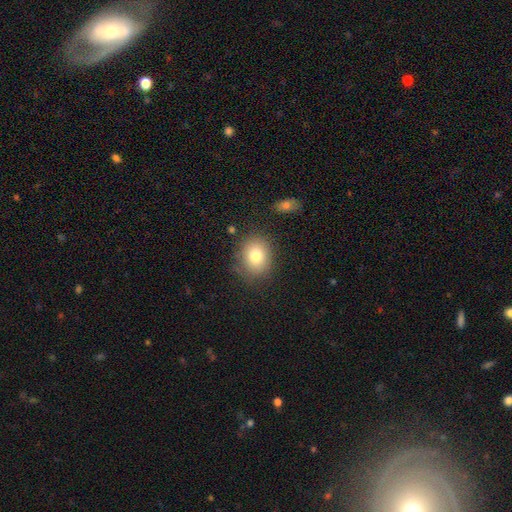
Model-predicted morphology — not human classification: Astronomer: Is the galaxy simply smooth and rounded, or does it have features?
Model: smooth — 79%.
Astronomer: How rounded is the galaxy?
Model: round — 58% (runner-up: in between, 41%).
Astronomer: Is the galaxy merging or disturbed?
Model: none — 81%.